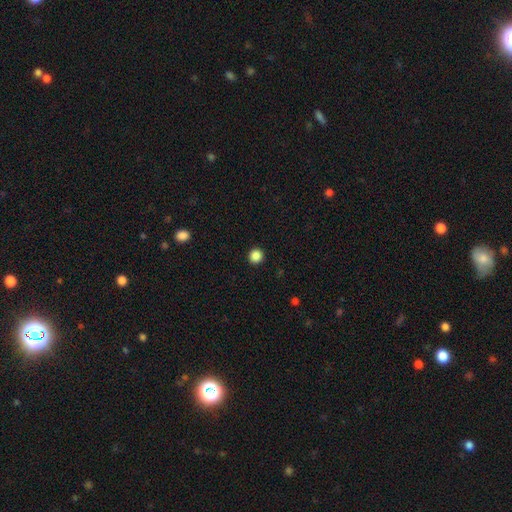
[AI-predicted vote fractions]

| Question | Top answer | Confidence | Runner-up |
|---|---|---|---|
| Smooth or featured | smooth | 87% | star or artifact (10%) |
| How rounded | round | 94% | in between (5%) |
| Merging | none | 93% | minor disturbance (4%) |